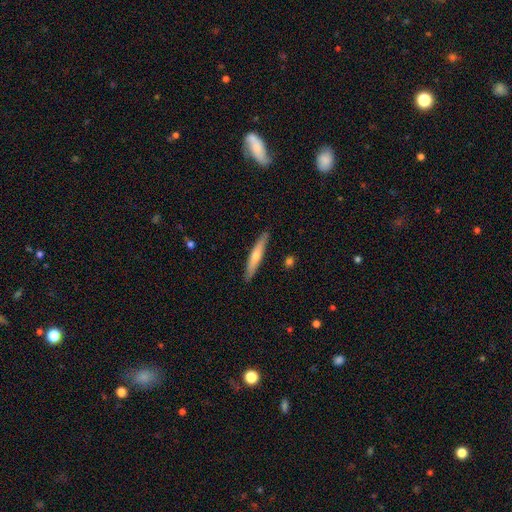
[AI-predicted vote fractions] Smooth or featured? smooth (51%)
How rounded? cigar-shaped (93%)
Merging? none (90%)